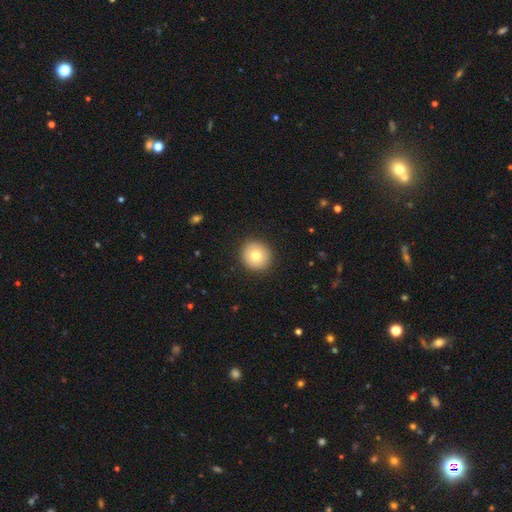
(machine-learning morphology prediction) A smooth galaxy with no disk features (77%) that is round (93%). Merging: none (92%).